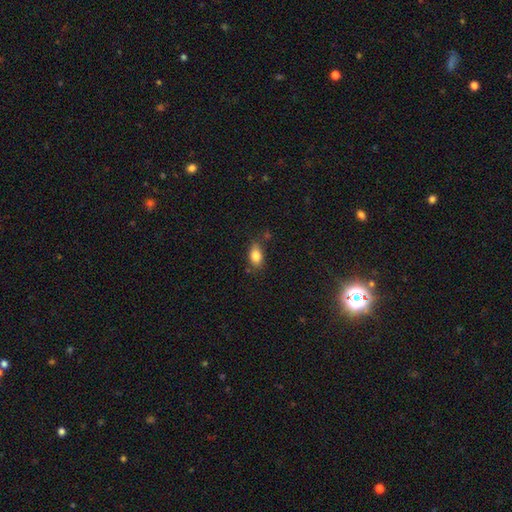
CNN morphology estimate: smooth_or_featured: smooth (p=0.84) [alt: star or artifact p=0.09]
how_rounded: in between (p=0.87) [alt: round p=0.10]
merging: none (p=0.72) [alt: minor disturbance p=0.19]